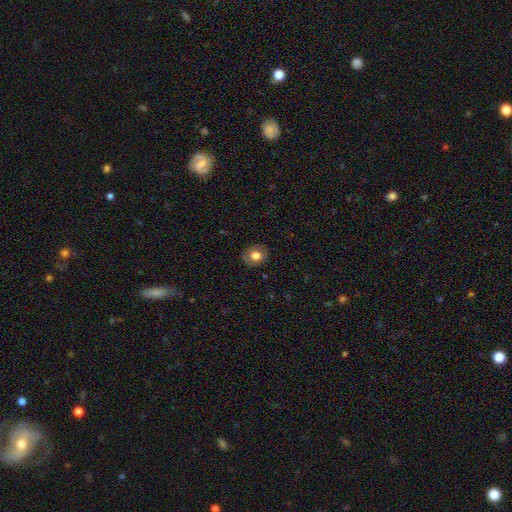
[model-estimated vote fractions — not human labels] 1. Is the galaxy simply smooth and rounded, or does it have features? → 73% smooth, 18% featured or disk, 9% star or artifact.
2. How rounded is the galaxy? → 66% round, 33% in between, 1% cigar-shaped.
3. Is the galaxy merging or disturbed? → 85% none, 11% minor disturbance, 3% major disturbance, 1% merger.